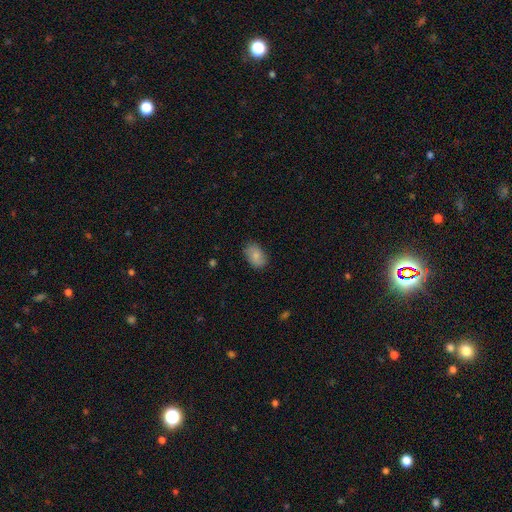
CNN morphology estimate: smooth 78%, featured or disk 15%, star or artifact 7%. Down the decision tree: how rounded — in between (85%); merging — none (80%).